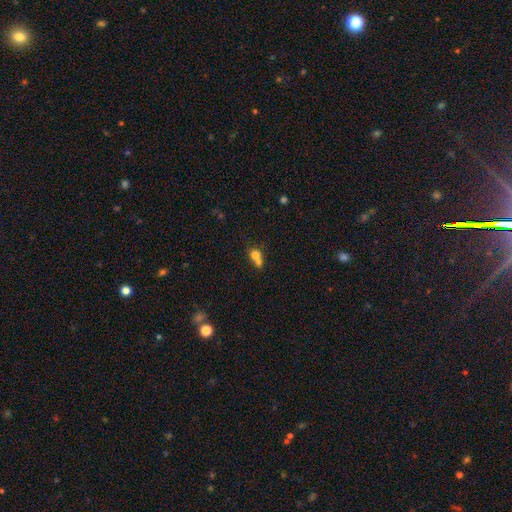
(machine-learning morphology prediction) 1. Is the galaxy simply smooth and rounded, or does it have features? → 72% smooth, 16% featured or disk, 12% star or artifact.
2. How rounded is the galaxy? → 69% round, 30% in between, 2% cigar-shaped.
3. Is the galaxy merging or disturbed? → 64% merger, 25% none, 7% minor disturbance, 4% major disturbance.